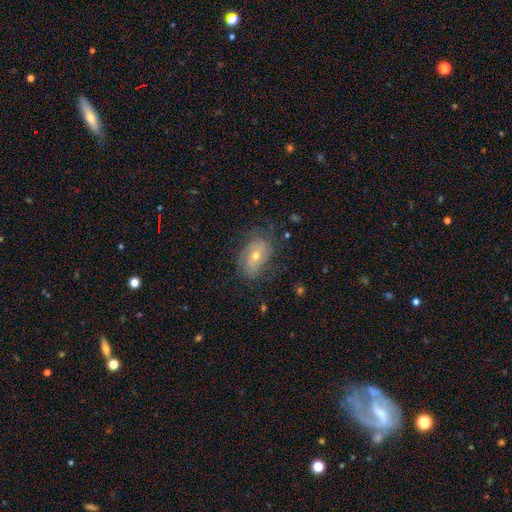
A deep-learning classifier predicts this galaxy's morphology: type=featured or disk (67%); edge-on=no (94%); bar=no (56%); spiral arms=yes (84%); winding=tight (46%); arm count=can't tell (40%); bulge=moderate (54%); merging=none (67%).